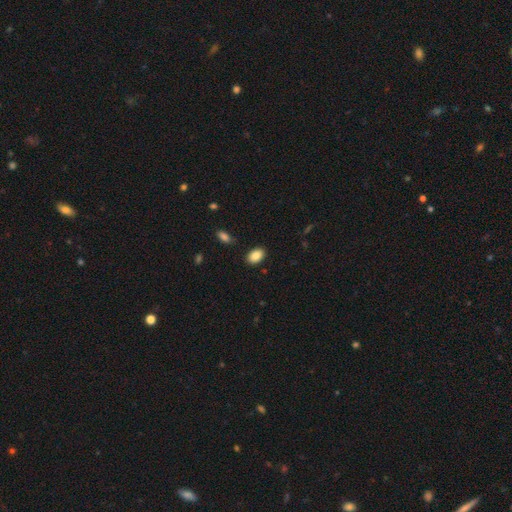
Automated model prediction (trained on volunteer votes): A smooth galaxy with no disk features (88%) that is in between round and cigar-shaped (87%). Merging: none (87%).